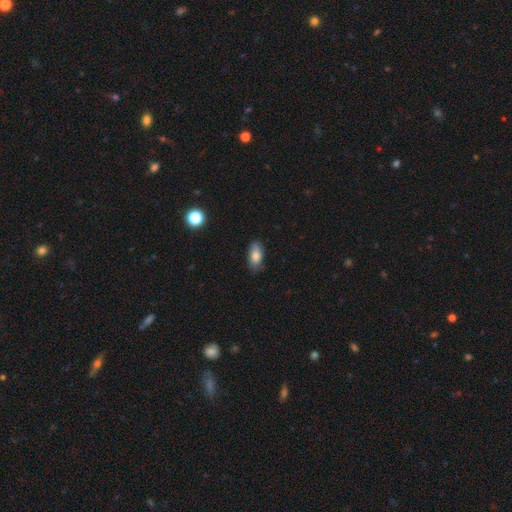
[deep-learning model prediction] Morphology: type=smooth (81%); roundness=in between (89%); merging=none (81%).